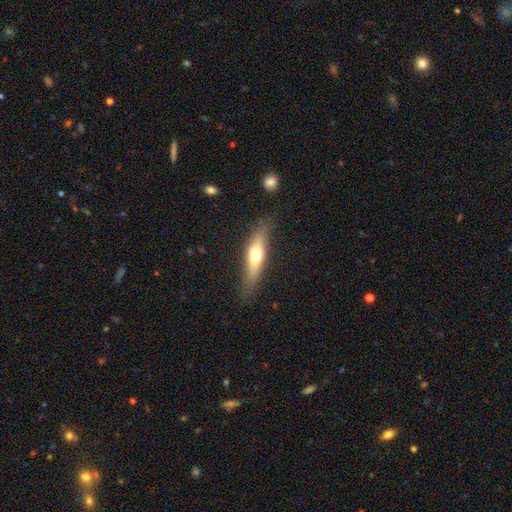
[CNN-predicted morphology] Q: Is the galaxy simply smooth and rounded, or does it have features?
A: smooth — 51%.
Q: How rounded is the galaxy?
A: cigar-shaped — 73%.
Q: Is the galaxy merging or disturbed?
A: none — 79%.